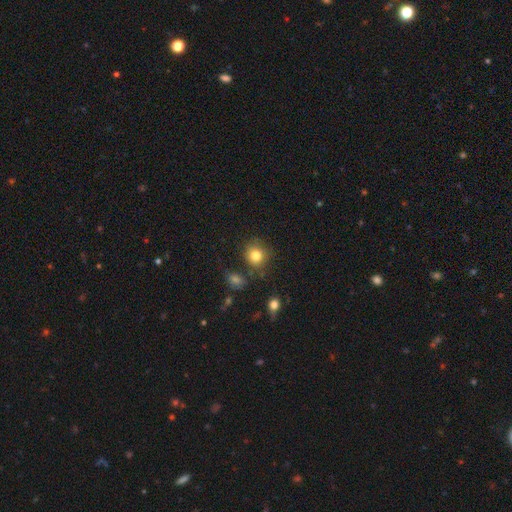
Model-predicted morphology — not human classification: A smooth galaxy with no disk features (82%) that is round (83%).

Vote fractions:
- Smooth or featured? smooth: 82% / star or artifact: 11% / featured or disk: 7%
- How rounded? round: 83% / in between: 16% / cigar-shaped: 1%
- Merging? none: 76% / minor disturbance: 14% / merger: 6% / major disturbance: 4%